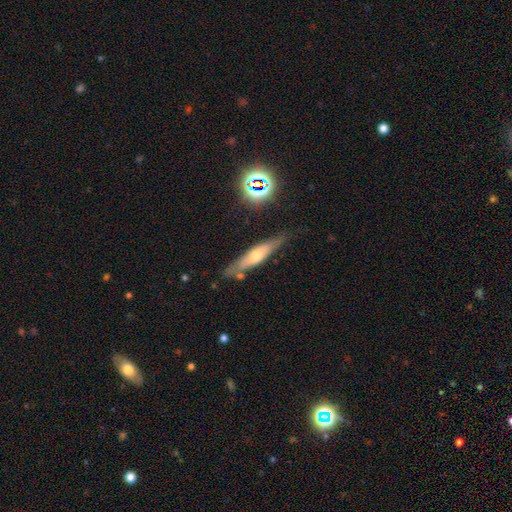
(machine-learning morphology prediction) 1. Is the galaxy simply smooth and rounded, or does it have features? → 52% featured or disk, 39% smooth, 9% star or artifact.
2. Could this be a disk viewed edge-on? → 79% yes, 21% no.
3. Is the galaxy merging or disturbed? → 73% none, 18% minor disturbance, 5% merger, 4% major disturbance.